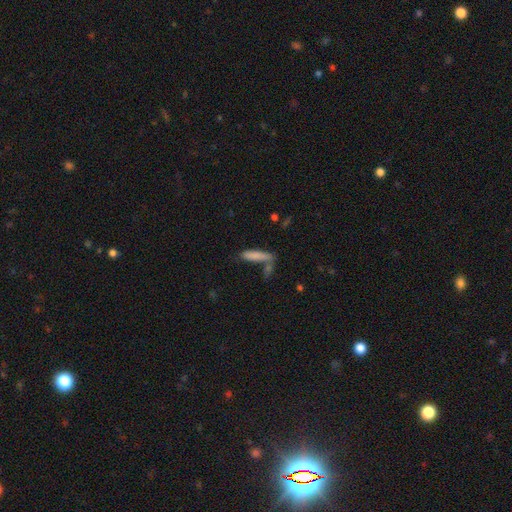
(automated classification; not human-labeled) smooth_or_featured: smooth (p=0.81) [alt: featured or disk p=0.12]
how_rounded: cigar-shaped (p=0.77) [alt: in between p=0.21]
merging: none (p=0.60) [alt: merger p=0.19]